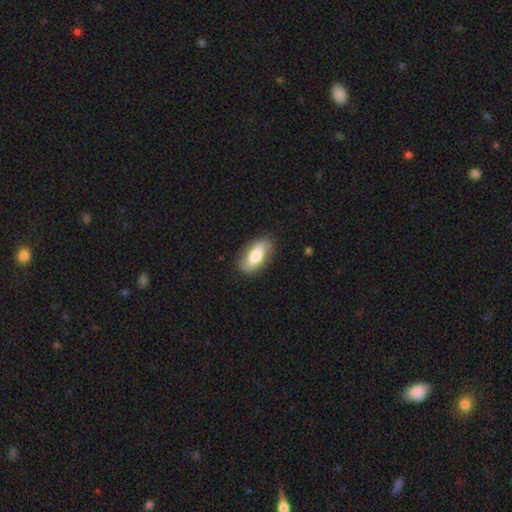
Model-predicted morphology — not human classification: A smooth galaxy with no disk features (70%) that is in between round and cigar-shaped (87%). Merging: none (85%).